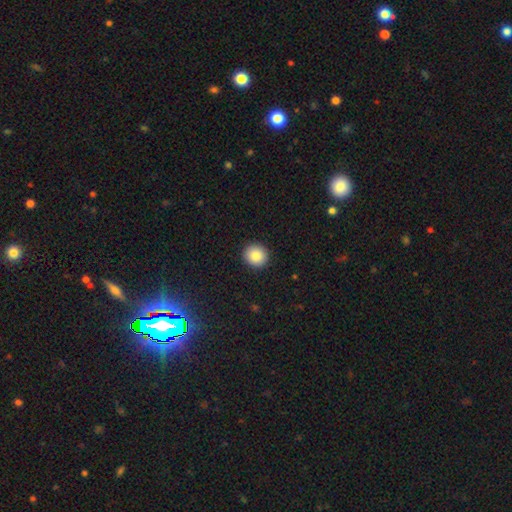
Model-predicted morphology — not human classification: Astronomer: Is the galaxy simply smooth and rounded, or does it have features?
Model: smooth — 87%.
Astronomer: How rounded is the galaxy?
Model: round — 88%.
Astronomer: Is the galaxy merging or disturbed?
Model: none — 92%.